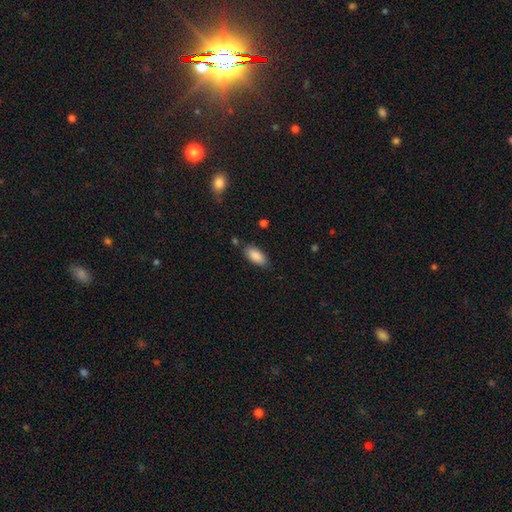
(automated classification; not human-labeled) A smooth galaxy with no disk features (88%) that is in between round and cigar-shaped (89%).

Vote fractions:
- Smooth or featured? smooth: 88% / star or artifact: 7% / featured or disk: 5%
- How rounded? in between: 89% / cigar-shaped: 9% / round: 2%
- Merging? none: 82% / minor disturbance: 13% / major disturbance: 3% / merger: 3%